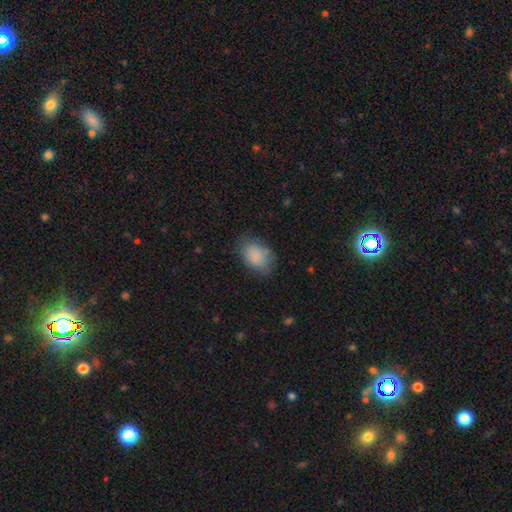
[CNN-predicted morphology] smooth_or_featured: smooth (p=0.86) [alt: star or artifact p=0.07]
how_rounded: in between (p=0.83) [alt: round p=0.16]
merging: none (p=0.73) [alt: minor disturbance p=0.20]